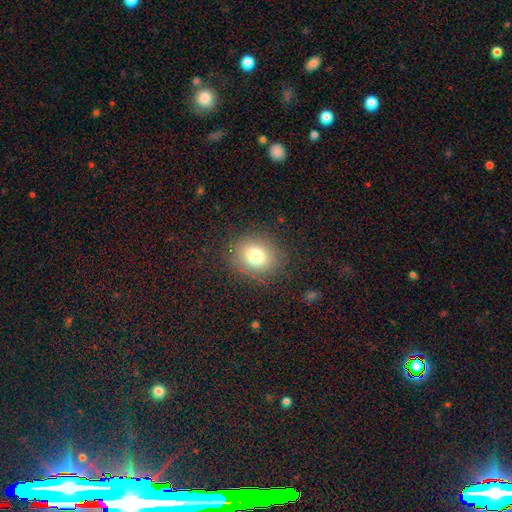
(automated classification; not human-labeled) A smooth galaxy with no disk features (77%) that is round (64%). Merging: none (85%).